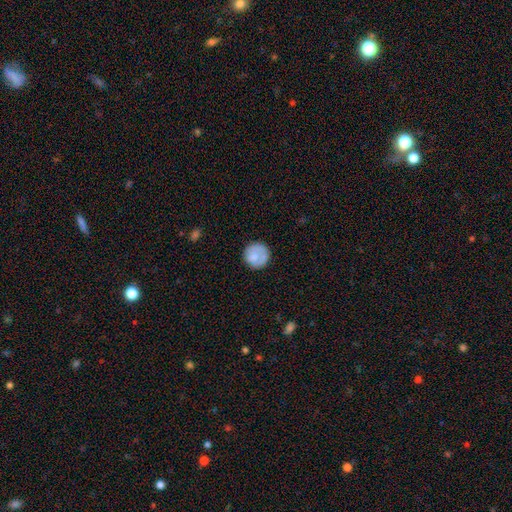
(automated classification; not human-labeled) Smooth or featured?
  - smooth: 76% *
  - featured or disk: 17%
  - star or artifact: 7%
How rounded?
  - round: 92% *
  - in between: 7%
  - cigar-shaped: 1%
Merging?
  - none: 77% *
  - minor disturbance: 16%
  - major disturbance: 6%
  - merger: 2%